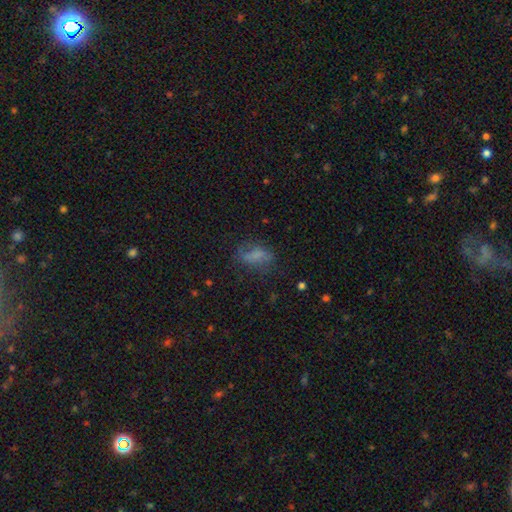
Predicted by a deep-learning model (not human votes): Q: Smooth or featured?
A: smooth (56%); runner-up: featured or disk (30%)
Q: How rounded?
A: in between (80%); runner-up: cigar-shaped (10%)
Q: Merging?
A: none (54%); runner-up: minor disturbance (25%)